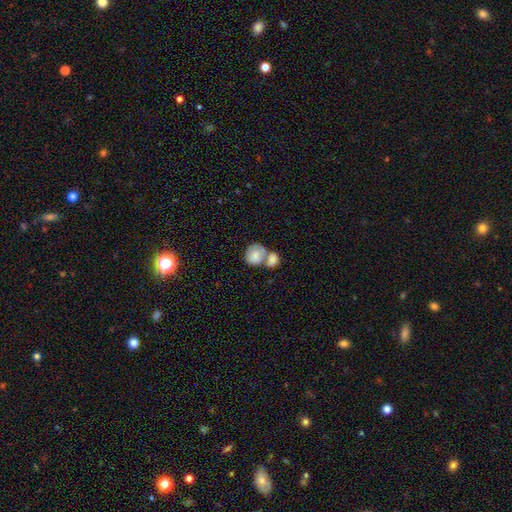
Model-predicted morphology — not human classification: This appears to be a smooth galaxy with no disk features (76%) that is round (66%). Merging: merger (64%).